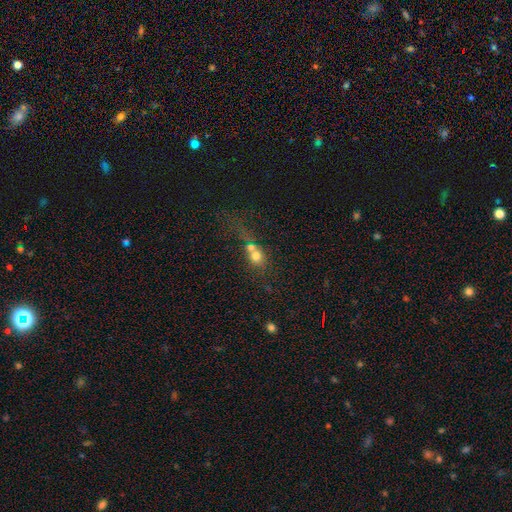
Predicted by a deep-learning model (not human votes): Smooth or featured?
  - smooth: 67% *
  - featured or disk: 18%
  - star or artifact: 15%
How rounded?
  - round: 66% *
  - in between: 29%
  - cigar-shaped: 4%
Merging?
  - merger: 52% *
  - none: 30%
  - major disturbance: 9%
  - minor disturbance: 9%